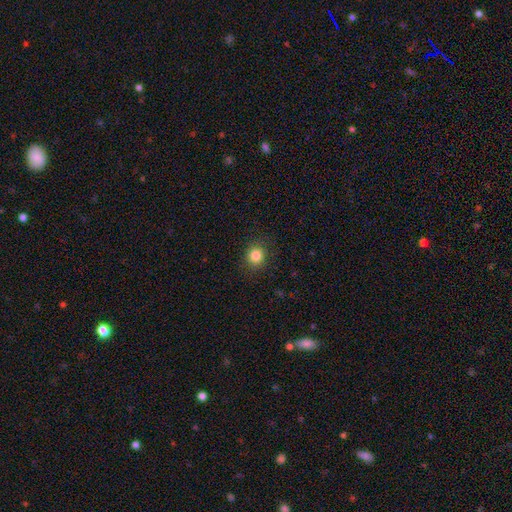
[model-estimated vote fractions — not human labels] smooth_or_featured: smooth (p=0.83) [alt: star or artifact p=0.11]
how_rounded: round (p=0.81) [alt: in between p=0.18]
merging: none (p=0.89) [alt: minor disturbance p=0.07]